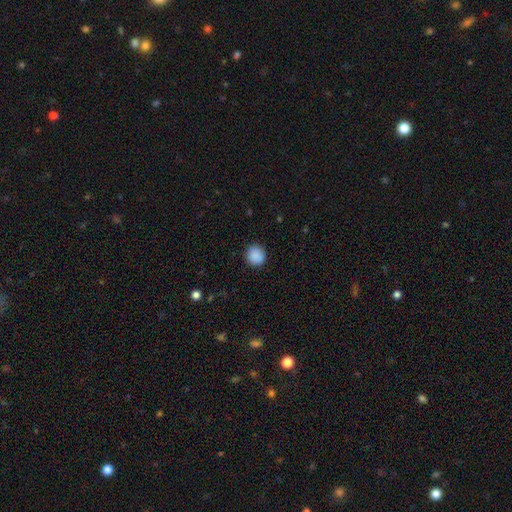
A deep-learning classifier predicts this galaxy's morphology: Overall: smooth (89%). How rounded: round (93%). Merging: none (91%).